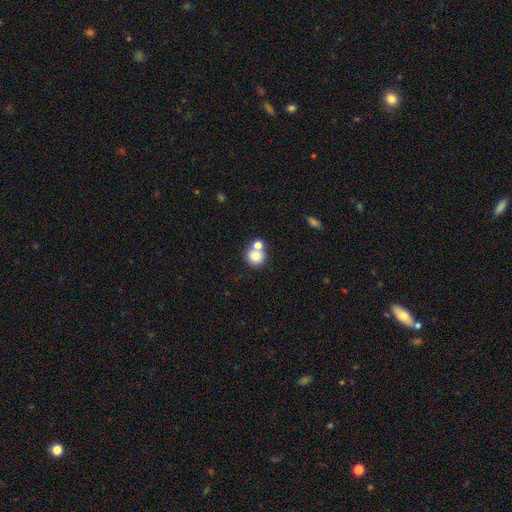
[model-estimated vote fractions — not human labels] smooth 80%, featured or disk 10%, star or artifact 10%. Down the decision tree: how rounded — round (87%); merging — none (49%).